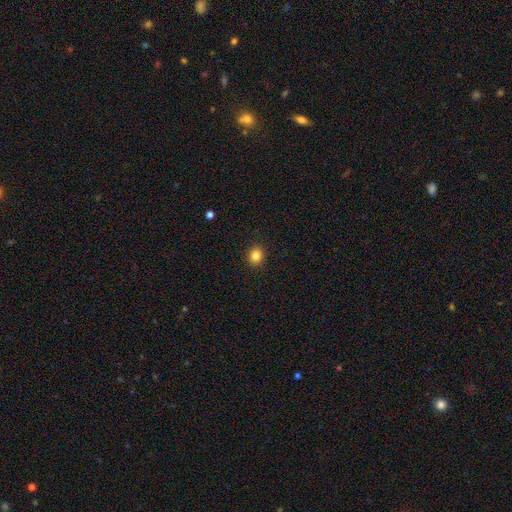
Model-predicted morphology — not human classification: A smooth galaxy with no disk features (84%) that is round (73%).

Vote fractions:
- Smooth or featured? smooth: 84% / star or artifact: 11% / featured or disk: 5%
- How rounded? round: 73% / in between: 26% / cigar-shaped: 1%
- Merging? none: 92% / minor disturbance: 6% / major disturbance: 2% / merger: 1%